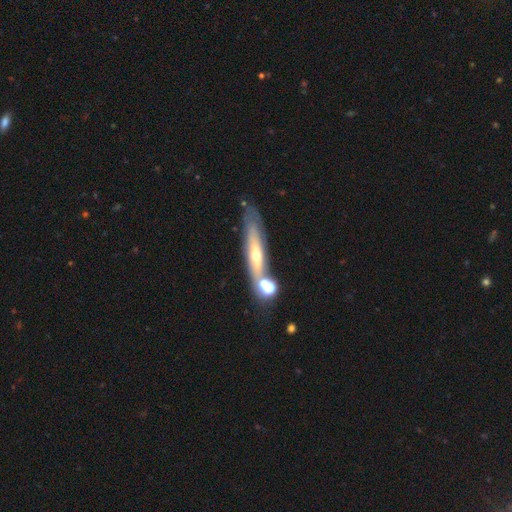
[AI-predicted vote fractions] A featured or disk galaxy (54%) viewed edge-on (65%). Merging: none (64%).